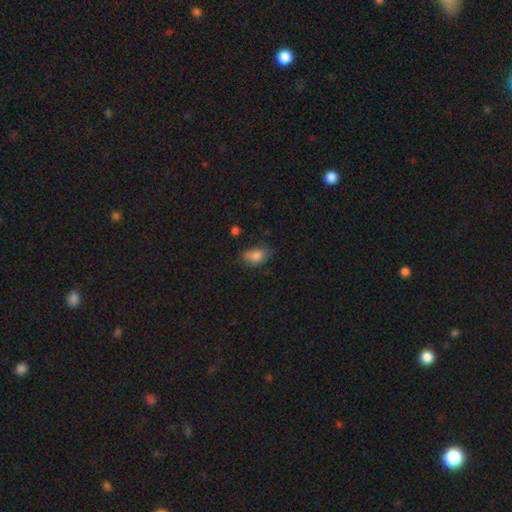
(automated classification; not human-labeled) Q: Smooth or featured?
A: smooth (81%); runner-up: featured or disk (11%)
Q: How rounded?
A: in between (84%); runner-up: round (15%)
Q: Merging?
A: none (59%); runner-up: minor disturbance (31%)